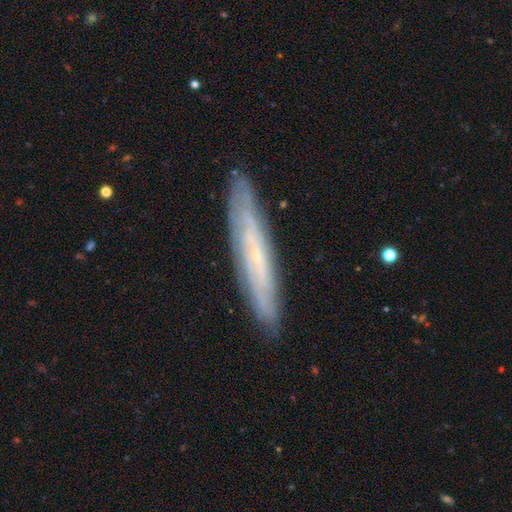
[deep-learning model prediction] This appears to be a featured or disk galaxy (66%) viewed edge-on (63%). Merging: none (87%).